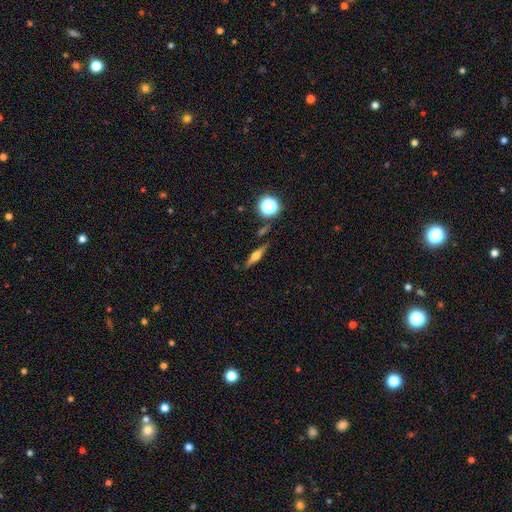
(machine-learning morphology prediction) Q: Smooth or featured?
A: featured or disk (54%); runner-up: smooth (35%)
Q: Edge-on disk?
A: yes (94%); runner-up: no (6%)
Q: Edge-on bulge?
A: rounded (87%); runner-up: boxy (9%)
Q: Merging?
A: none (83%); runner-up: minor disturbance (11%)